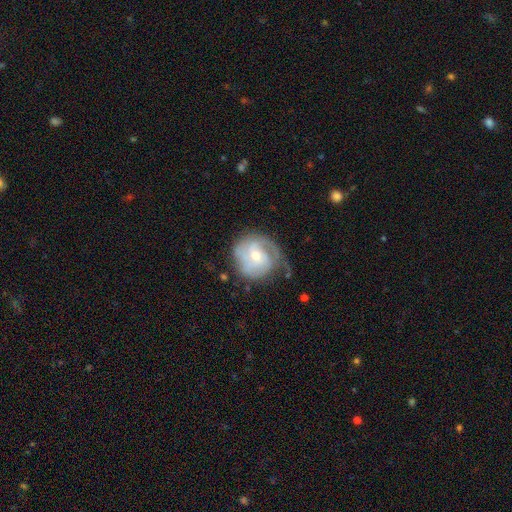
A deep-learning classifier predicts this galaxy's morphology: Overall: featured or disk (75%). Edge-on disk: no (97%). Bar: no (59%; weak 34%). Spiral arms: yes (90%). Spiral arm count: 2 (36%; can't tell 27%). Spiral winding: tight (55%; medium 32%). Bulge size: moderate (50%; small 45%). Merging: none (55%; minor disturbance 26%).